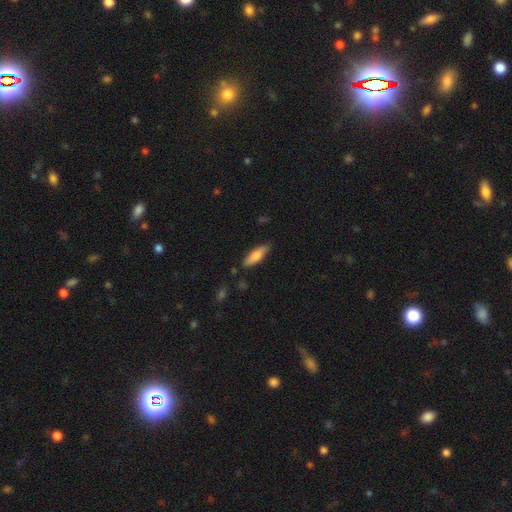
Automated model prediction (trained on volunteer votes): Q: Smooth or featured?
A: smooth (76%); runner-up: featured or disk (18%)
Q: How rounded?
A: cigar-shaped (53%); runner-up: in between (45%)
Q: Merging?
A: none (81%); runner-up: minor disturbance (14%)